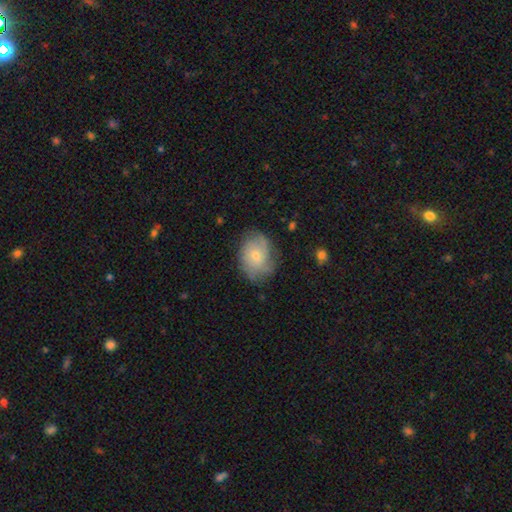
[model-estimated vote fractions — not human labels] Smooth or featured: smooth — 49% (featured or disk — 42%)
Merging: none — 69% (minor disturbance — 23%)